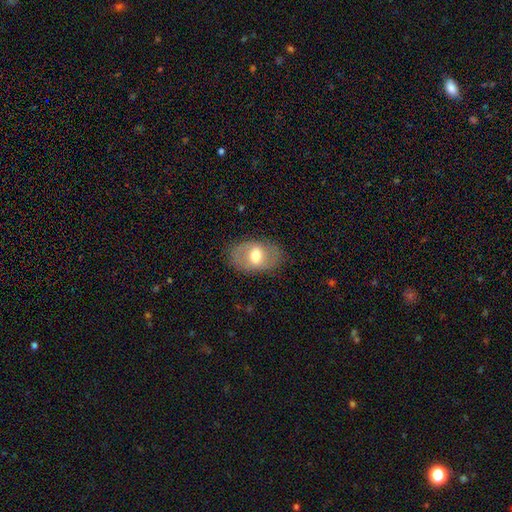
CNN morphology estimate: Smooth or featured? Predicted: smooth (p=0.52). How rounded? Predicted: in between (p=0.81). Merging? Predicted: none (p=0.80).